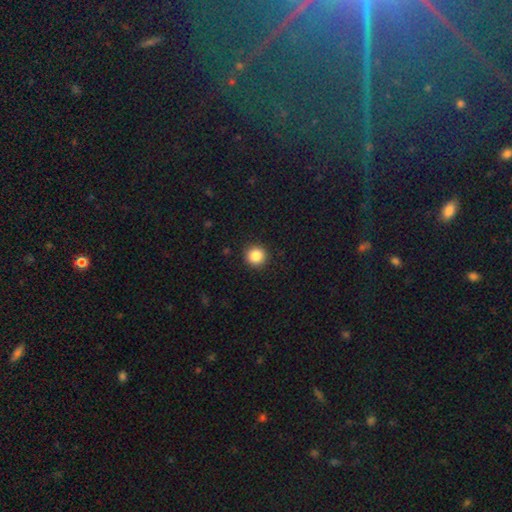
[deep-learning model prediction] A smooth galaxy with no disk features (86%) that is round (94%).

Vote fractions:
- Smooth or featured? smooth: 86% / star or artifact: 10% / featured or disk: 4%
- How rounded? round: 94% / in between: 5% / cigar-shaped: 1%
- Merging? none: 93% / minor disturbance: 5% / major disturbance: 2% / merger: 1%